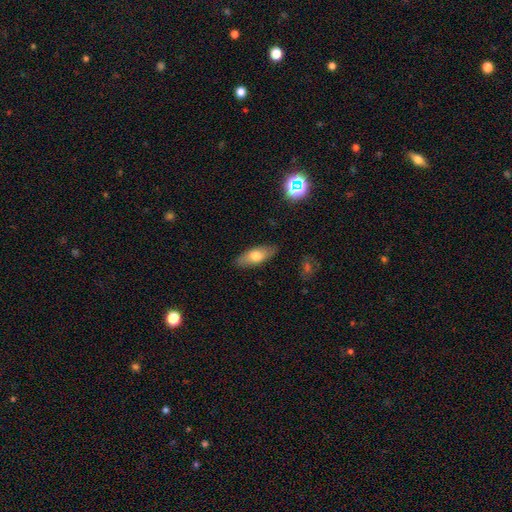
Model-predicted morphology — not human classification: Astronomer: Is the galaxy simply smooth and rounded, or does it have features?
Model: smooth — 69%.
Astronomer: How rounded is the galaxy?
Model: in between — 76%.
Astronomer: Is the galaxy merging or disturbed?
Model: none — 86%.